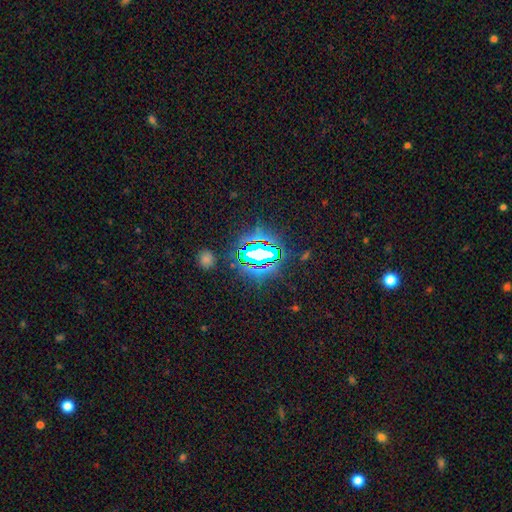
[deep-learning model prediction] This appears to be a star or artifact, not a galaxy (81%).